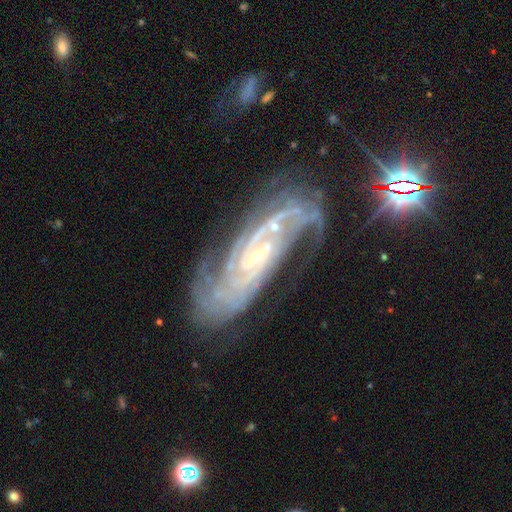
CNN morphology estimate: The model was most divided on "spiral arm count": 2: 33%, can't tell: 23%, 3: 18%, 4: 12%, more than 4: 8%, 1: 7%. More confident: spiral arms — yes (97%); edge-on disk — no (93%); smooth or featured — featured or disk (87%); bulge size — small (81%); merging — none (61%); spiral winding — tight (57%); bar — no (51%).